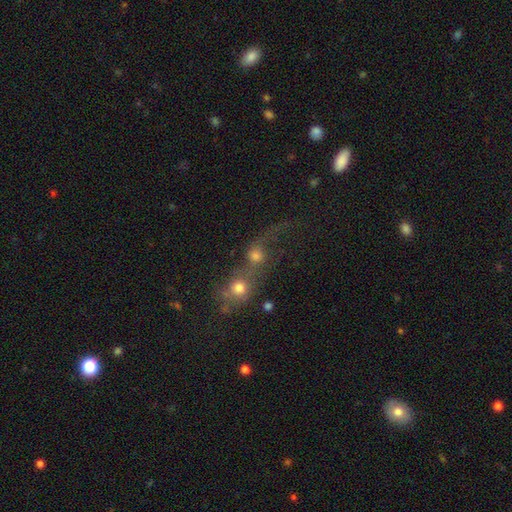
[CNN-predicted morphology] A smooth galaxy with no disk features (60%) that is round (76%).

Vote fractions:
- Smooth or featured? smooth: 60% / featured or disk: 21% / star or artifact: 19%
- How rounded? round: 76% / in between: 22% / cigar-shaped: 3%
- Merging? merger: 68% / none: 18% / major disturbance: 9% / minor disturbance: 5%